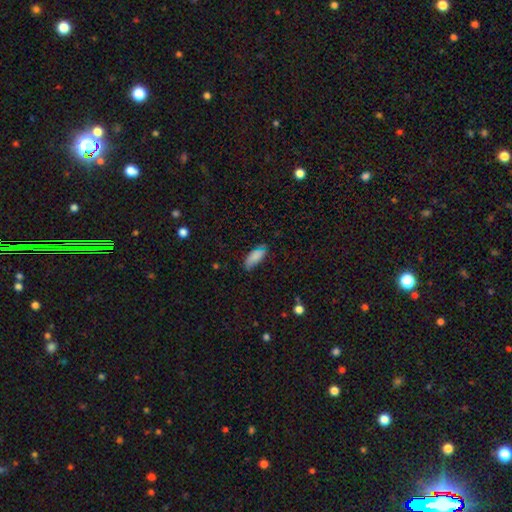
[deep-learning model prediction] This is clearly a smooth galaxy (82%). How rounded: clearly in between (84%). Merging: likely none (62%).